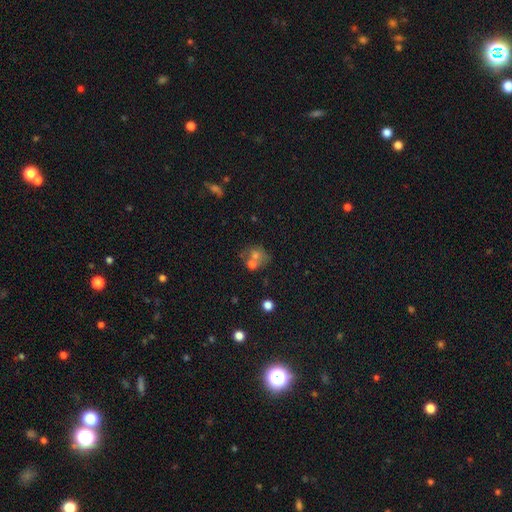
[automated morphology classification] type=smooth (56%); roundness=round (71%); merging=none (42%).